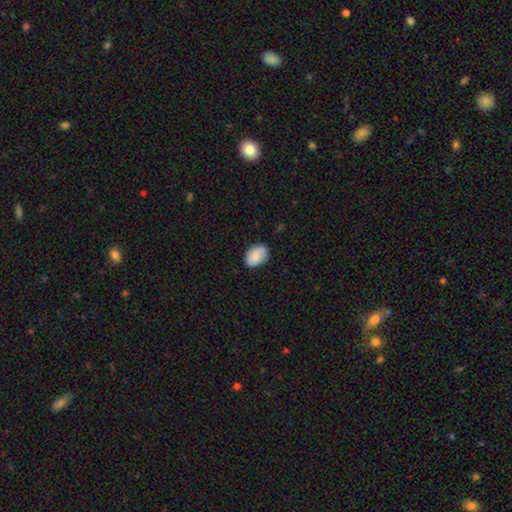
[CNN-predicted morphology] Q: Smooth or featured?
A: smooth (83%); runner-up: featured or disk (11%)
Q: How rounded?
A: in between (81%); runner-up: round (18%)
Q: Merging?
A: none (83%); runner-up: minor disturbance (14%)